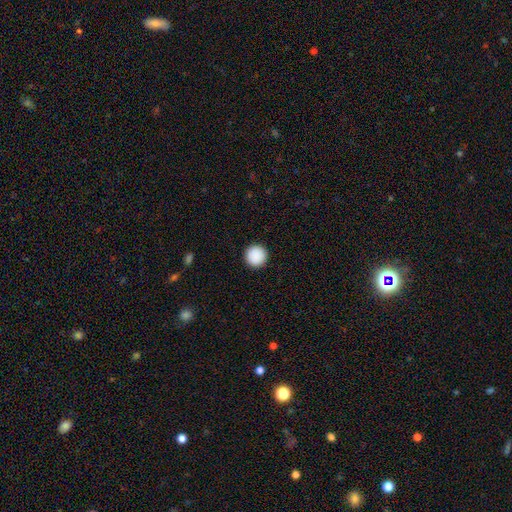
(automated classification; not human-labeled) Q: Smooth or featured?
A: smooth (90%); runner-up: star or artifact (8%)
Q: How rounded?
A: round (97%); runner-up: in between (3%)
Q: Merging?
A: none (93%); runner-up: minor disturbance (4%)